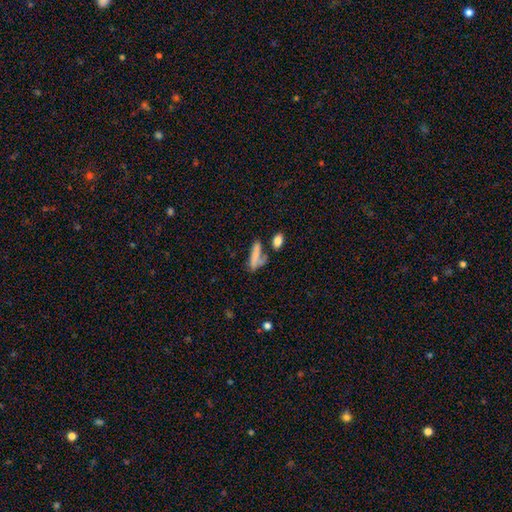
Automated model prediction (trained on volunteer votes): This appears to be a smooth galaxy with no disk features (70%) that is cigar-shaped (56%). Merging: none (38%).